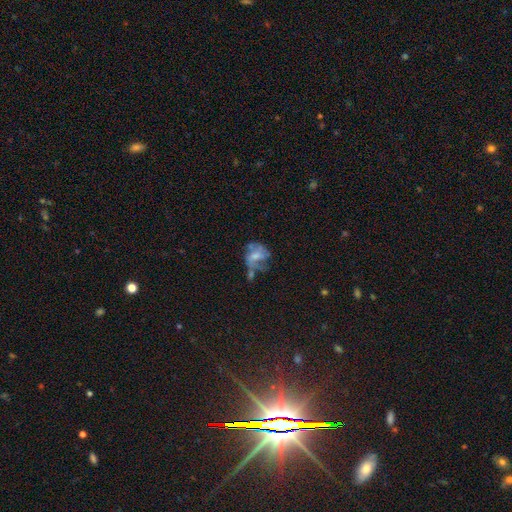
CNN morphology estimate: Smooth or featured? Predicted: featured or disk (p=0.52). Edge-on disk? Predicted: no (p=0.97). Bar? Predicted: no (p=0.57). Spiral arms? Predicted: yes (p=0.53). Bulge size? Predicted: moderate (p=0.38). Merging? Predicted: major disturbance (p=0.30).